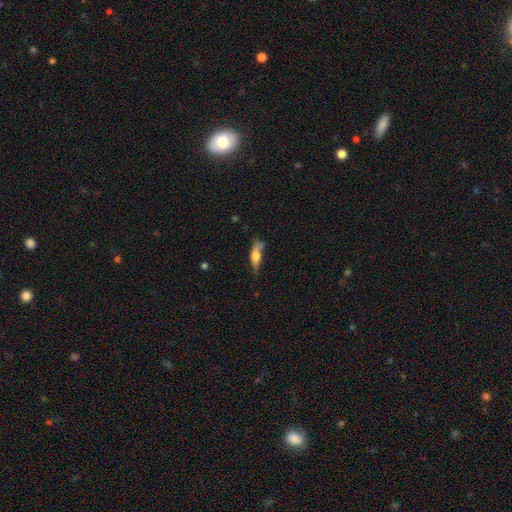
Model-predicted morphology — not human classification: Q: Smooth or featured?
A: smooth (56%); runner-up: featured or disk (36%)
Q: How rounded?
A: cigar-shaped (56%); runner-up: in between (41%)
Q: Merging?
A: none (44%); runner-up: minor disturbance (31%)